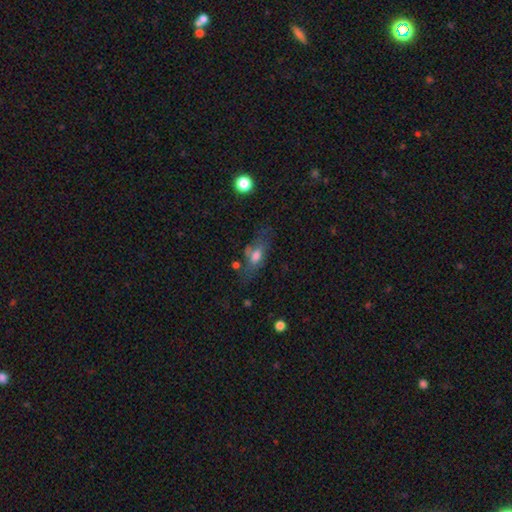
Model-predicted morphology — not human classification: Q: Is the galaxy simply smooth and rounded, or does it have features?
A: smooth — 56%.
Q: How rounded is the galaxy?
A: in between — 71%.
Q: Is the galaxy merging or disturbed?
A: none — 51%.